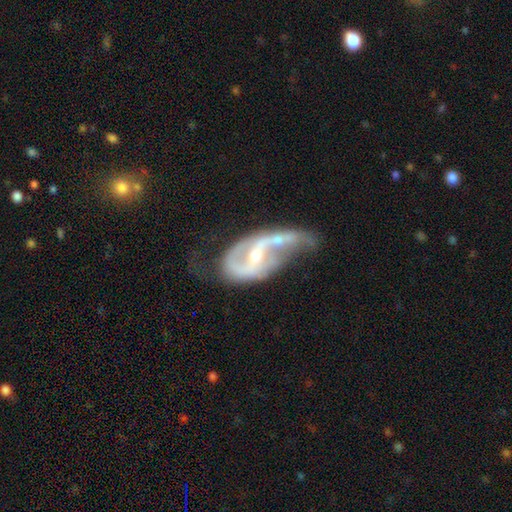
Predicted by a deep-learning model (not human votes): Overall: featured or disk (85%). Edge-on disk: no (96%). Bar: strong (42%; weak 37%). Spiral arms: yes (86%). Spiral arm count: 2 (80%). Spiral winding: loose (56%; medium 33%). Bulge size: small (58%; moderate 37%). Merging: major disturbance (31%; none 26%).